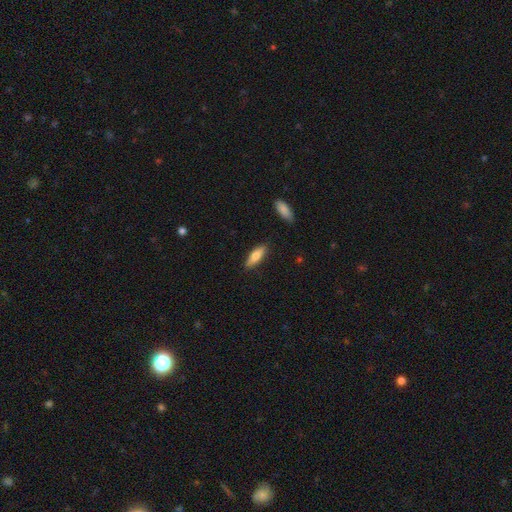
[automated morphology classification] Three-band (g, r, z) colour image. It shows a smooth galaxy with no disk features (71%) that is in between round and cigar-shaped (52%). Merging: none (86%).